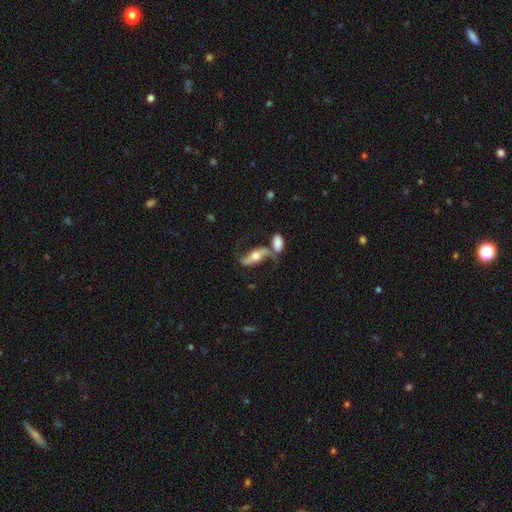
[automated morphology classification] featured or disk 70%, smooth 23%, star or artifact 7%. Down the decision tree: edge-on disk — no (75%); bar — no (50%); spiral arms — yes (85%); bulge size — moderate (63%); merging — none (47%).